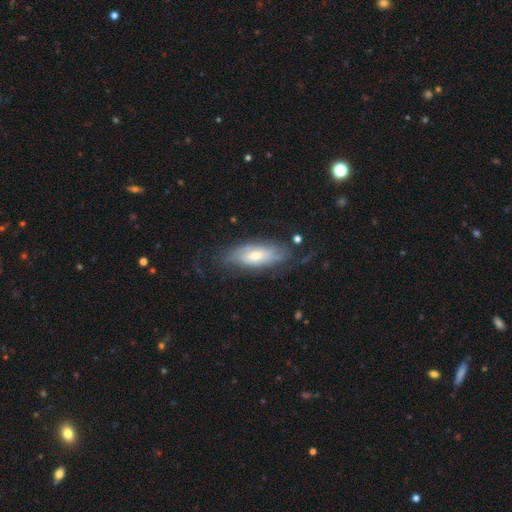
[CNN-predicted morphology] type=featured or disk (58%); edge-on=no (76%); merging=none (62%).